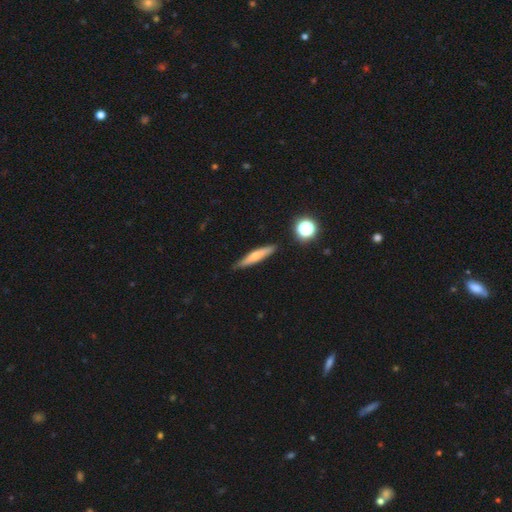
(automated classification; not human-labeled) smooth_or_featured: smooth (p=0.55) [alt: featured or disk p=0.37]
how_rounded: cigar-shaped (p=0.86) [alt: in between p=0.11]
merging: none (p=0.85) [alt: minor disturbance p=0.11]